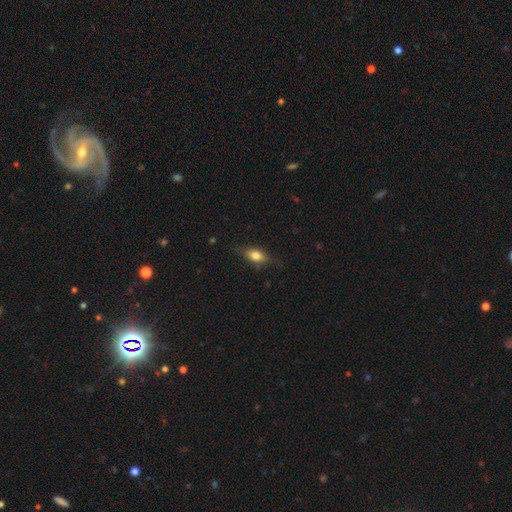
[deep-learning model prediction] smooth-or-featured: smooth: 72% | featured or disk: 20% | star or artifact: 8%
  how-rounded: in between: 78% | cigar-shaped: 13% | round: 8%
  merging: none: 74% | minor disturbance: 20% | major disturbance: 5% | merger: 1%